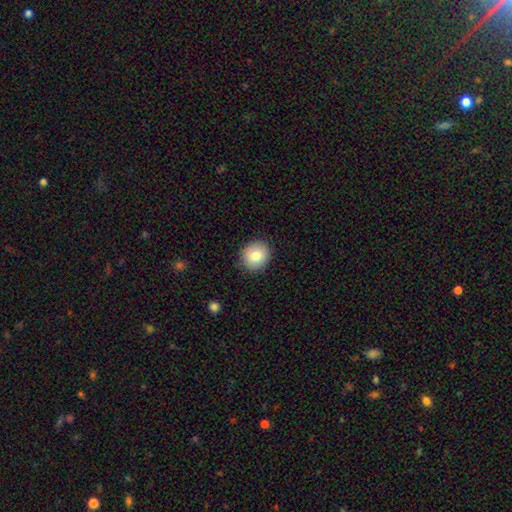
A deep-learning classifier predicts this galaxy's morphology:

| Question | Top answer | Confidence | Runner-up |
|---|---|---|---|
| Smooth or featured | smooth | 80% | featured or disk (11%) |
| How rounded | round | 84% | in between (16%) |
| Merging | none | 89% | minor disturbance (8%) |